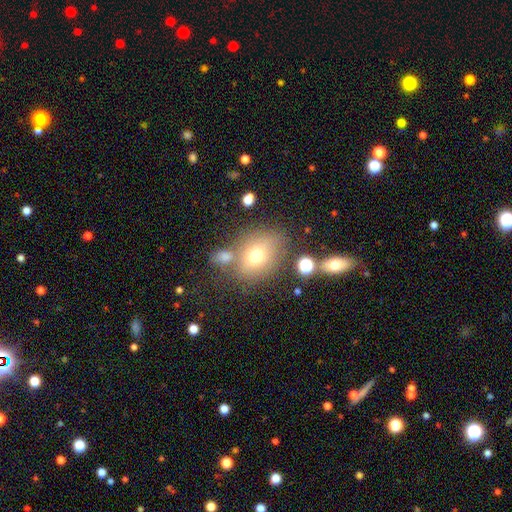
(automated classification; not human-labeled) smooth_or_featured: smooth (p=0.69) [alt: featured or disk p=0.17]
how_rounded: round (p=0.50) [alt: in between p=0.48]
merging: none (p=0.62) [alt: merger p=0.16]